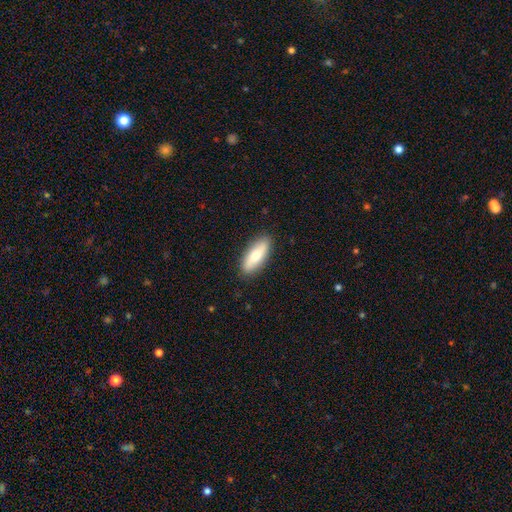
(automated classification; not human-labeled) This appears to be a smooth galaxy with no disk features (71%) that is in between round and cigar-shaped (66%). Merging: none (88%).